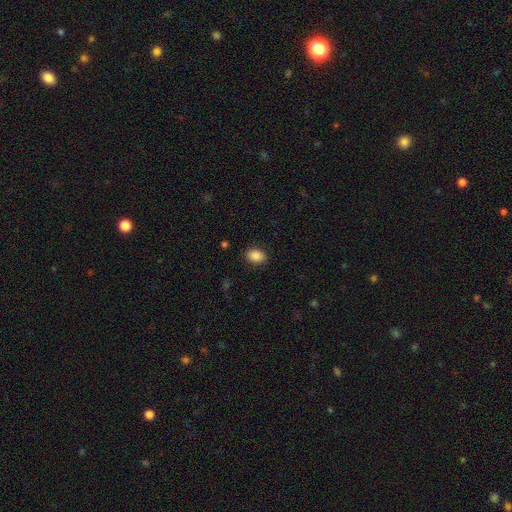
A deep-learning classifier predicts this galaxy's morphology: Overall: smooth (87%). How rounded: in between (78%). Merging: none (87%).